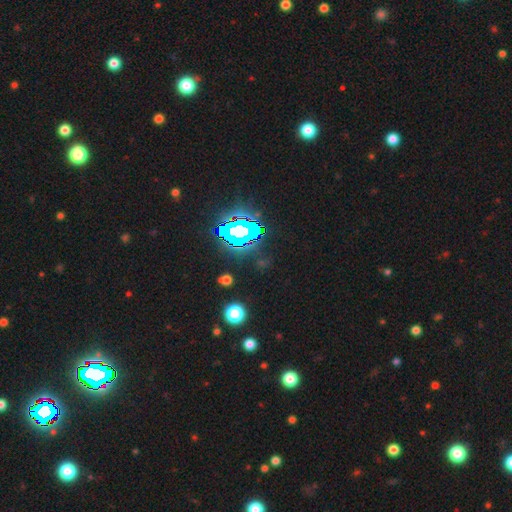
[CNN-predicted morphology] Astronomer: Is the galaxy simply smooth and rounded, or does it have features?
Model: star or artifact — 79%.